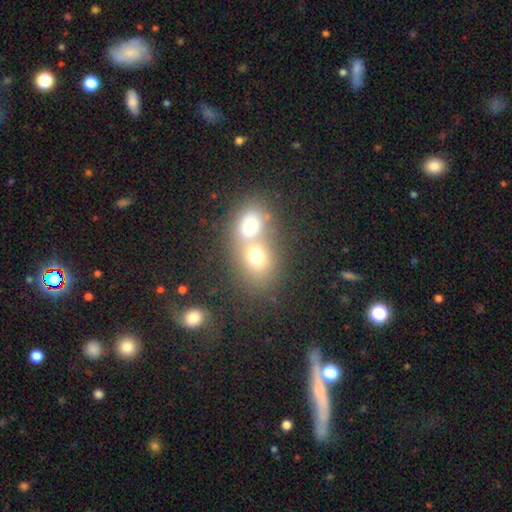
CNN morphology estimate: Smooth or featured: smooth — 62% (featured or disk — 21%)
How rounded: round — 57% (in between — 41%)
Merging: merger — 69% (none — 23%)